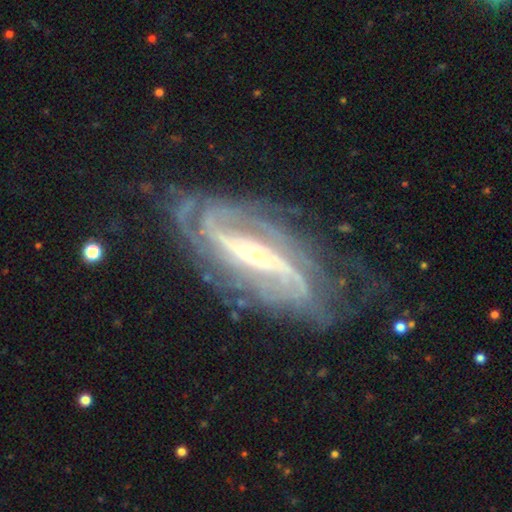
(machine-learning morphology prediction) Smooth or featured? Predicted: featured or disk (p=0.91). Edge-on disk? Predicted: no (p=0.91). Bar? Predicted: strong (p=0.48). Spiral arms? Predicted: yes (p=0.97). Spiral winding? Predicted: tight (p=0.49). Spiral arm count? Predicted: 2 (p=0.39). Bulge size? Predicted: small (p=0.69). Merging? Predicted: none (p=0.70).